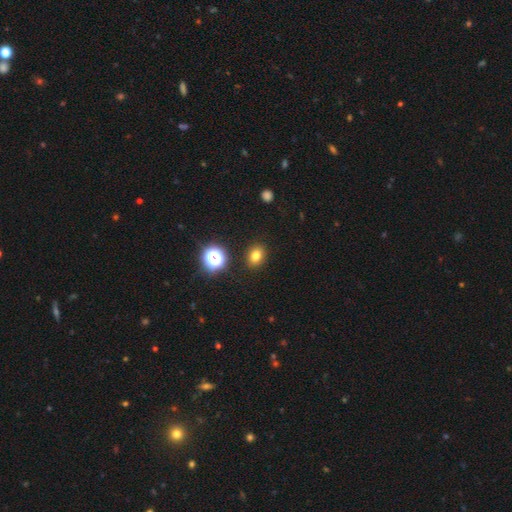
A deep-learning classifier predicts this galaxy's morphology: Q: Smooth or featured?
A: smooth (77%); runner-up: star or artifact (16%)
Q: How rounded?
A: in between (51%); runner-up: round (48%)
Q: Merging?
A: none (88%); runner-up: minor disturbance (8%)